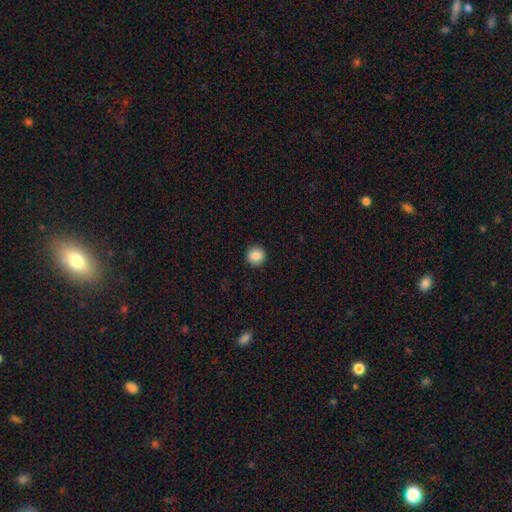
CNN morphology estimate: A smooth galaxy with no disk features (88%) that is round (93%). Merging: none (92%).